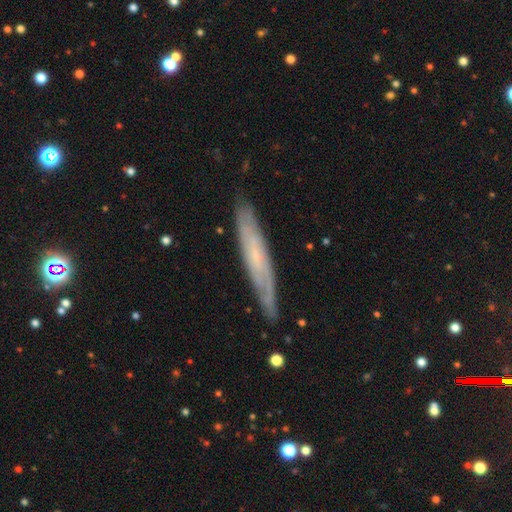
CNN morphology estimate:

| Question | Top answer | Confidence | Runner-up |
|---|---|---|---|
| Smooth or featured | featured or disk | 61% | smooth (32%) |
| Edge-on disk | yes | 65% | no (35%) |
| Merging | none | 81% | minor disturbance (15%) |